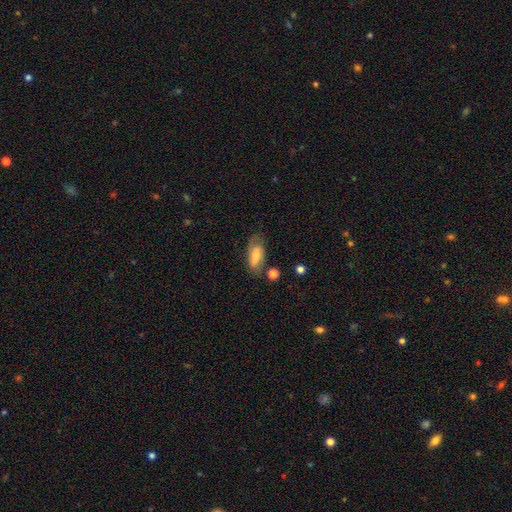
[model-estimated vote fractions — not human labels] smooth 67%, featured or disk 26%, star or artifact 8%. Down the decision tree: how rounded — in between (82%); merging — none (61%).